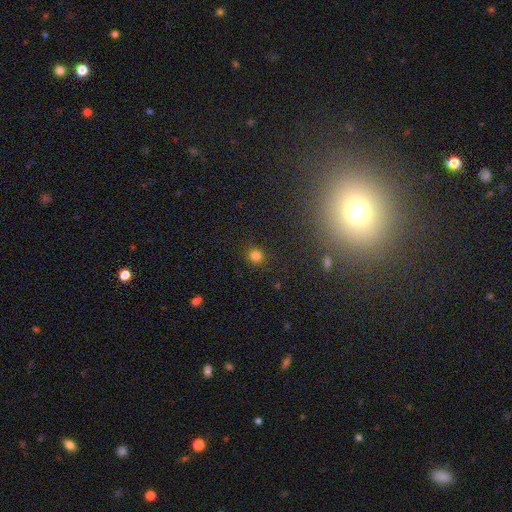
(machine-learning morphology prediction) Smooth or featured? smooth (80%)
How rounded? round (92%)
Merging? none (89%)